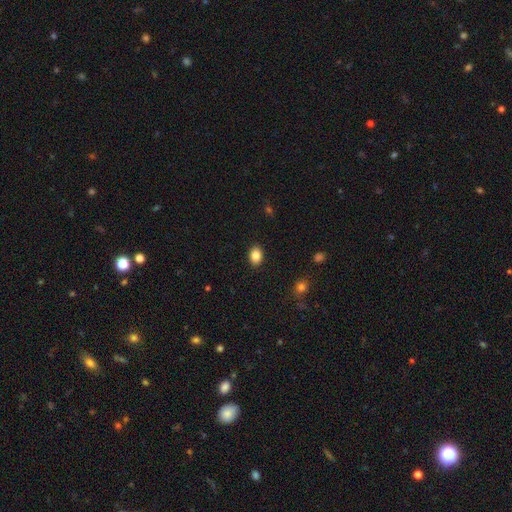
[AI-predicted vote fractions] Overall: smooth (85%). How rounded: in between (73%). Merging: none (89%).